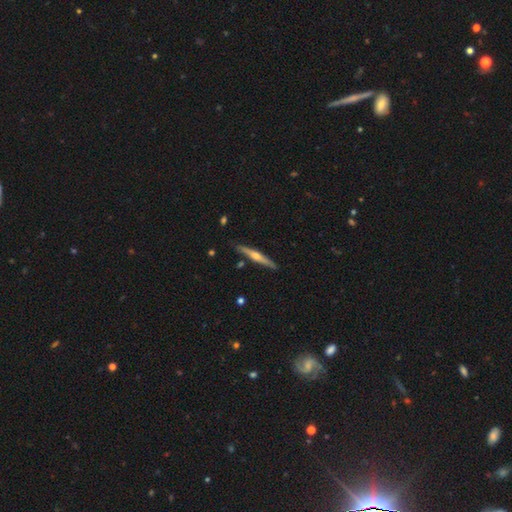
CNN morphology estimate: smooth_or_featured: featured or disk (p=0.68) [alt: smooth p=0.27]
disk_edge_on: yes (p=0.98) [alt: no p=0.02]
edge_on_bulge: rounded (p=0.87) [alt: none p=0.08]
merging: none (p=0.88) [alt: minor disturbance p=0.08]